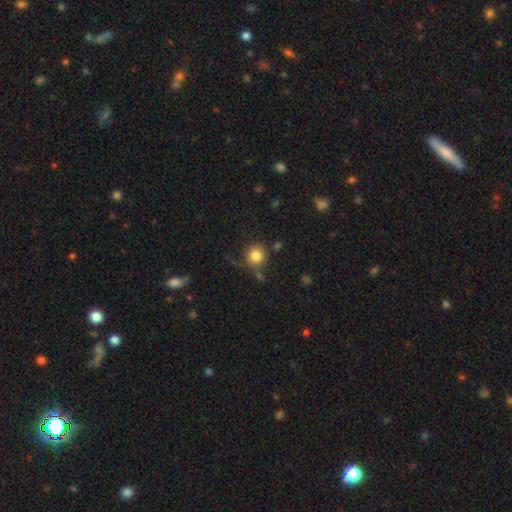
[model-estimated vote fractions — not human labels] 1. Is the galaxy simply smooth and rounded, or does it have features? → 83% smooth, 11% star or artifact, 6% featured or disk.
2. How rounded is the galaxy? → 91% round, 8% in between, 1% cigar-shaped.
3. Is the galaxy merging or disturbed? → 78% none, 12% minor disturbance, 7% merger, 4% major disturbance.